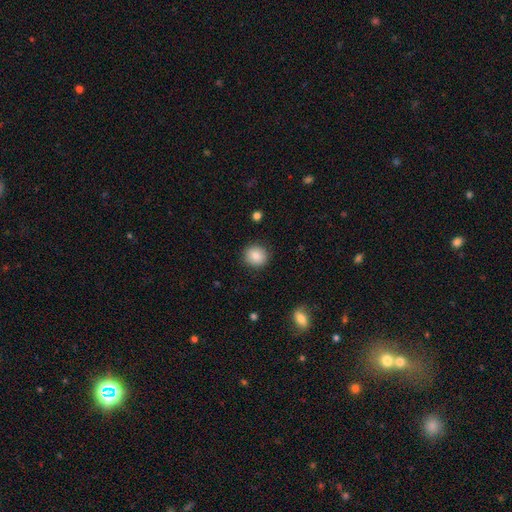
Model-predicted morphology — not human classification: smooth-or-featured: smooth: 83% | star or artifact: 9% | featured or disk: 8%
  how-rounded: round: 90% | in between: 9% | cigar-shaped: 1%
  merging: none: 90% | minor disturbance: 7% | major disturbance: 2% | merger: 1%